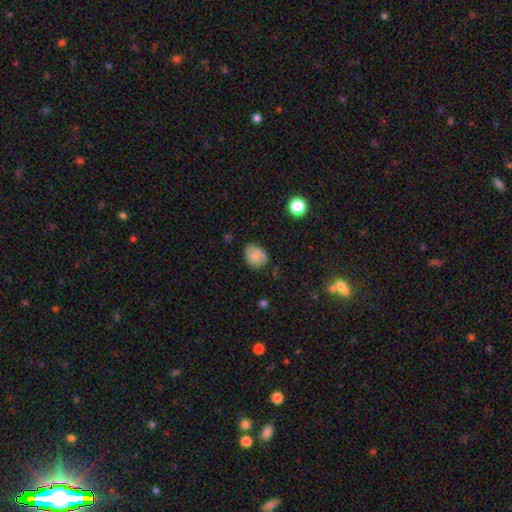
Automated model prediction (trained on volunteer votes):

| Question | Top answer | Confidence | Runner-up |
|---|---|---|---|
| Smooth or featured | smooth | 76% | featured or disk (15%) |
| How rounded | in between | 50% | round (49%) |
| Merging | none | 68% | minor disturbance (25%) |